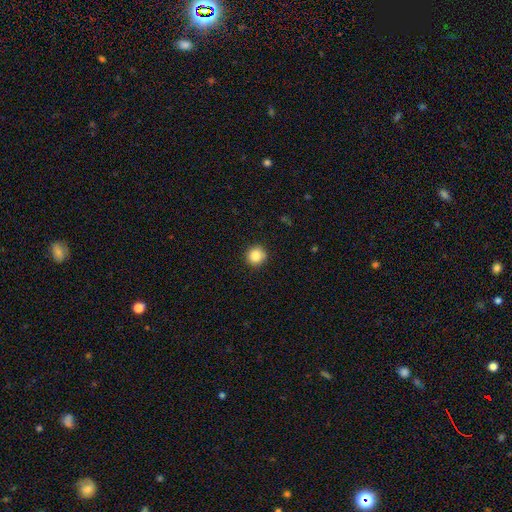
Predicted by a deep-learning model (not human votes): Overall: smooth (86%). How rounded: round (94%). Merging: none (90%).